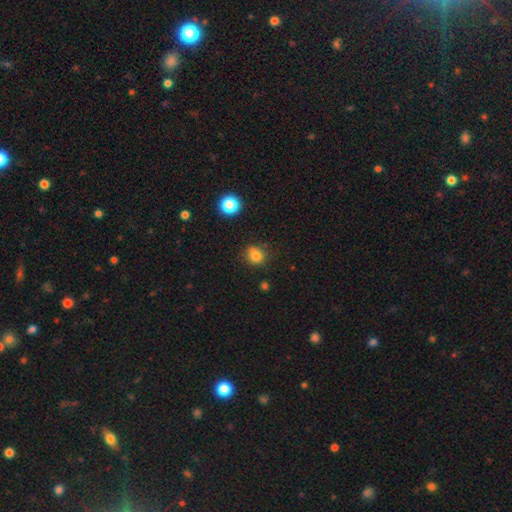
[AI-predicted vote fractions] A smooth galaxy with no disk features (80%) that is round (79%).

Vote fractions:
- Smooth or featured? smooth: 80% / star or artifact: 14% / featured or disk: 7%
- How rounded? round: 79% / in between: 20% / cigar-shaped: 1%
- Merging? none: 71% / minor disturbance: 18% / merger: 6% / major disturbance: 4%